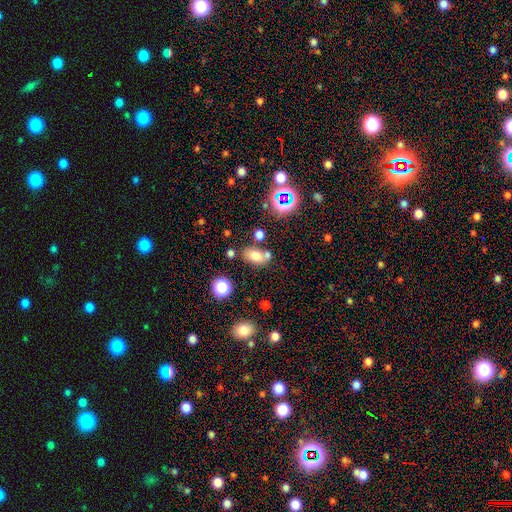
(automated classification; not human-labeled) A smooth galaxy with no disk features (69%) that is in between round and cigar-shaped (83%). Merging: none (58%).